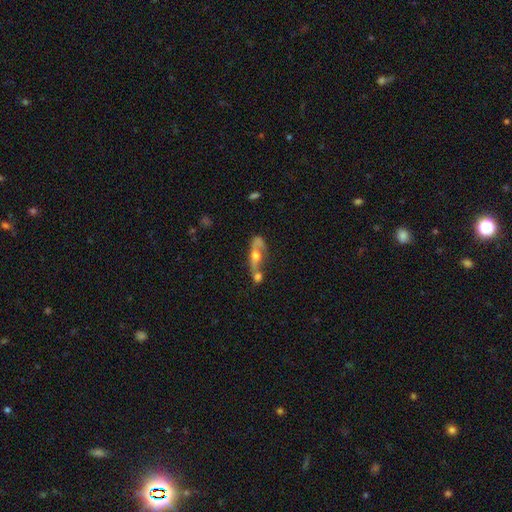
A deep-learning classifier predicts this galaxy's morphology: Q: Smooth or featured?
A: featured or disk (50%); runner-up: smooth (41%)
Q: Merging?
A: merger (54%); runner-up: none (23%)